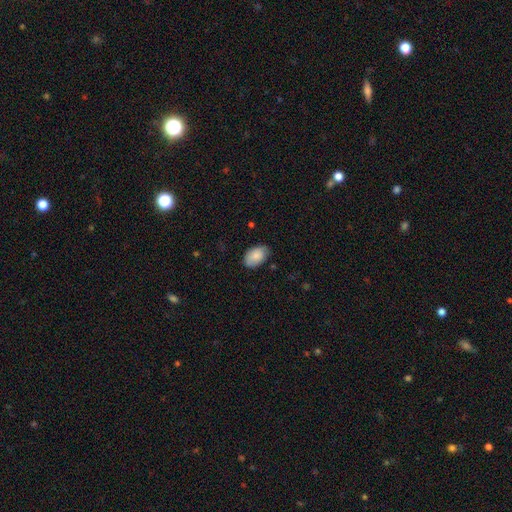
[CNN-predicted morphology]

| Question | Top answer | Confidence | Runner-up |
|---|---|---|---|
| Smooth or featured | smooth | 84% | featured or disk (9%) |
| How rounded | in between | 91% | round (8%) |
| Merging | none | 74% | minor disturbance (21%) |